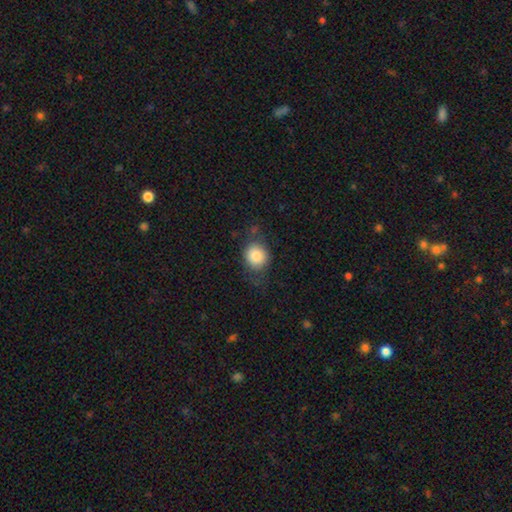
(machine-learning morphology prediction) The model was most divided on "merging": none: 64%, minor disturbance: 24%, major disturbance: 10%, merger: 2%. More confident: smooth or featured — smooth (83%); how rounded — round (76%).